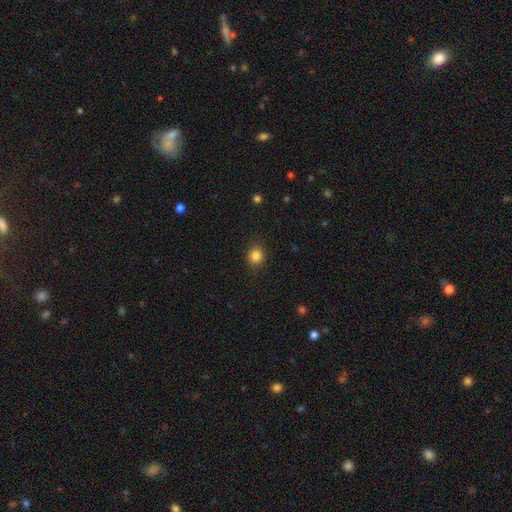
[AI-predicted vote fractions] A smooth galaxy with no disk features (85%) that is round (78%). Merging: none (88%).